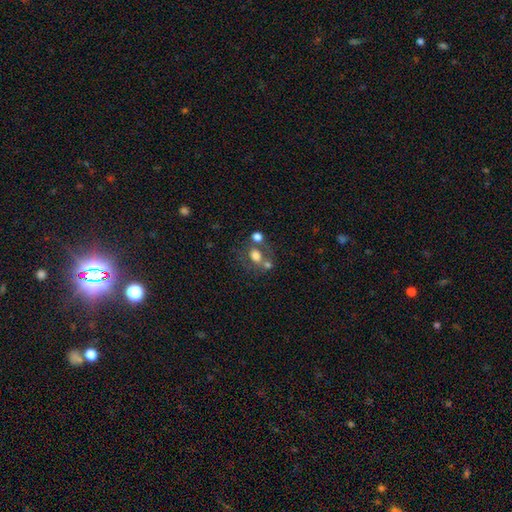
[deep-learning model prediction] Smooth or featured? Predicted: smooth (p=0.64). How rounded? Predicted: in between (p=0.53). Merging? Predicted: none (p=0.44).